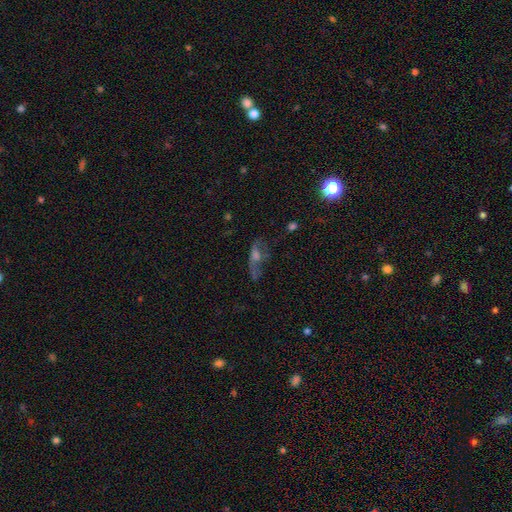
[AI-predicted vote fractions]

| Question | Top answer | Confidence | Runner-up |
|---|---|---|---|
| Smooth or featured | featured or disk | 46% | smooth (31%) |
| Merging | none | 47% | major disturbance (26%) |